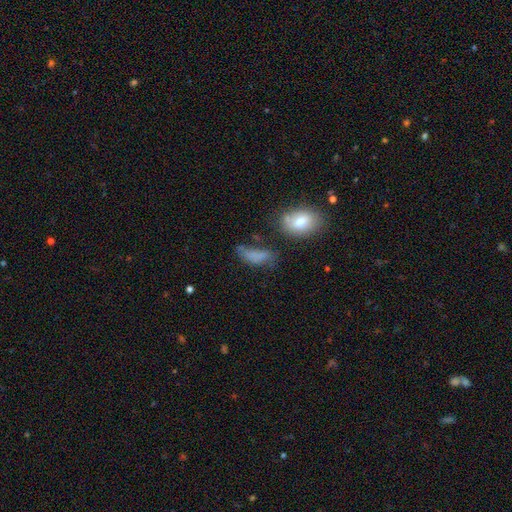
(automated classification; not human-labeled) Q: Smooth or featured?
A: smooth (71%); runner-up: featured or disk (16%)
Q: How rounded?
A: in between (78%); runner-up: cigar-shaped (15%)
Q: Merging?
A: none (41%); runner-up: minor disturbance (26%)